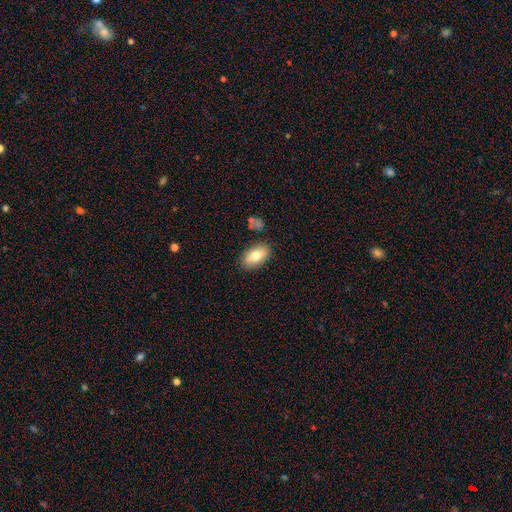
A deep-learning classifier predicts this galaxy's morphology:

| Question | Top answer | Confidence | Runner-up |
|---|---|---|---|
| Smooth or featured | smooth | 75% | featured or disk (18%) |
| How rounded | in between | 91% | round (4%) |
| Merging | none | 84% | minor disturbance (11%) |